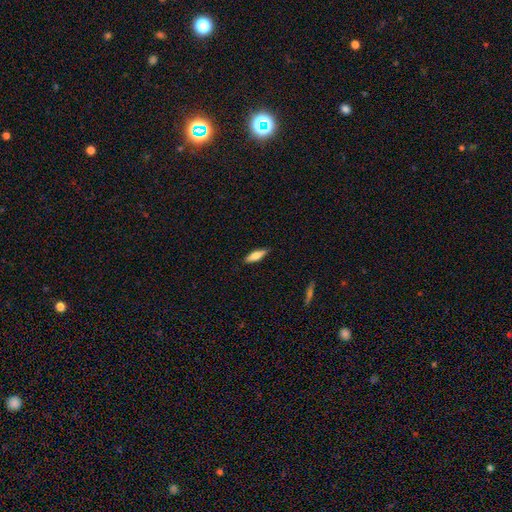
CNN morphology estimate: This appears to be a smooth galaxy with no disk features (75%) that is cigar-shaped (54%). Merging: none (86%).